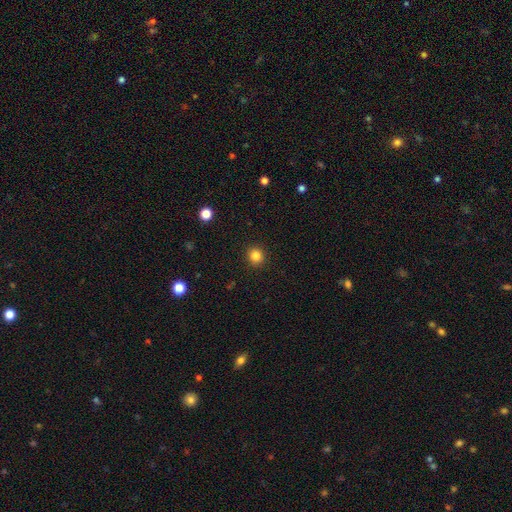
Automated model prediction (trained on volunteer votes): Smooth or featured? Predicted: smooth (p=0.84). How rounded? Predicted: round (p=0.92). Merging? Predicted: none (p=0.92).